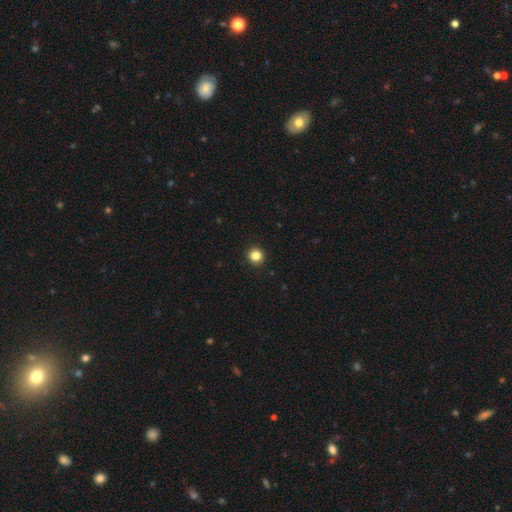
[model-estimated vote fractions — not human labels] A smooth galaxy with no disk features (84%) that is round (94%).

Vote fractions:
- Smooth or featured? smooth: 84% / star or artifact: 12% / featured or disk: 4%
- How rounded? round: 94% / in between: 5% / cigar-shaped: 1%
- Merging? none: 93% / minor disturbance: 4% / major disturbance: 1% / merger: 1%